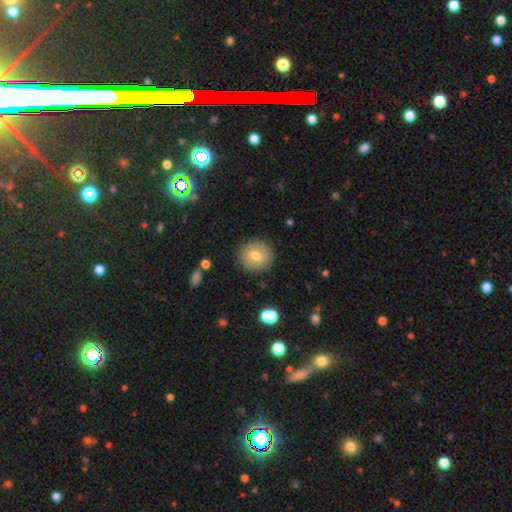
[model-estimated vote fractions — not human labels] smooth_or_featured: smooth (p=0.69) [alt: featured or disk p=0.21]
how_rounded: round (p=0.93) [alt: in between p=0.06]
merging: none (p=0.89) [alt: minor disturbance p=0.08]